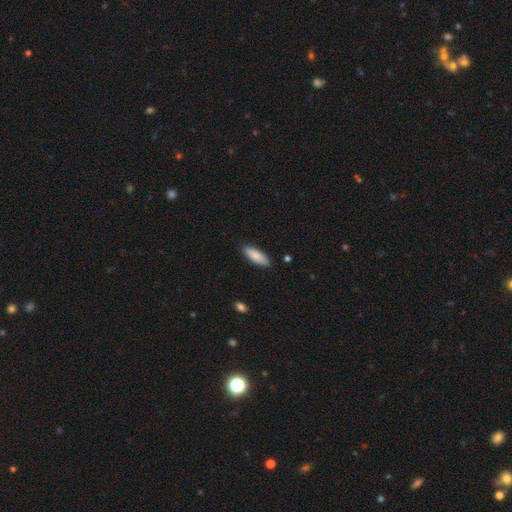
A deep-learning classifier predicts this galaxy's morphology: Overall: smooth (85%). How rounded: in between (61%; cigar-shaped 37%). Merging: none (87%).